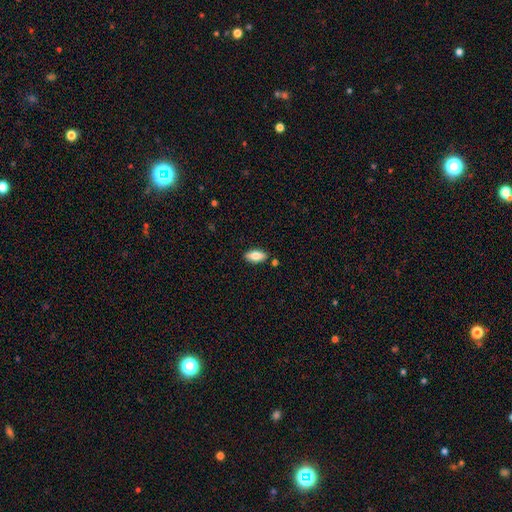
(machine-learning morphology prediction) Smooth or featured? Predicted: smooth (p=0.78). How rounded? Predicted: in between (p=0.88). Merging? Predicted: none (p=0.84).